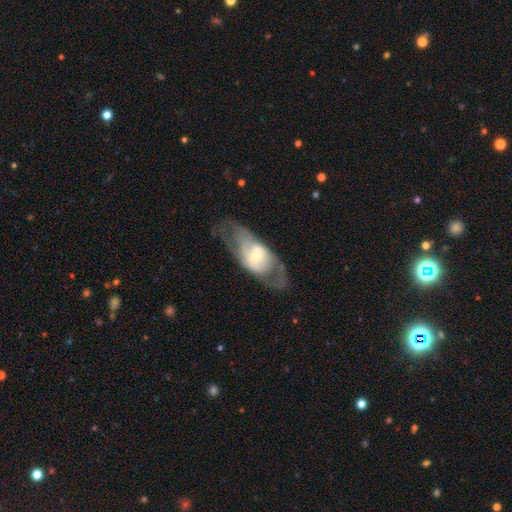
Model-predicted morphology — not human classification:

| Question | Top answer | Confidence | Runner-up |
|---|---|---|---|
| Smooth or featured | featured or disk | 71% | smooth (23%) |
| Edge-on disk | no | 88% | yes (12%) |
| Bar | no | 39% | weak (38%) |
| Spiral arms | yes | 66% | no (34%) |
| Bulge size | small | 51% | moderate (40%) |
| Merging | none | 58% | major disturbance (20%) |